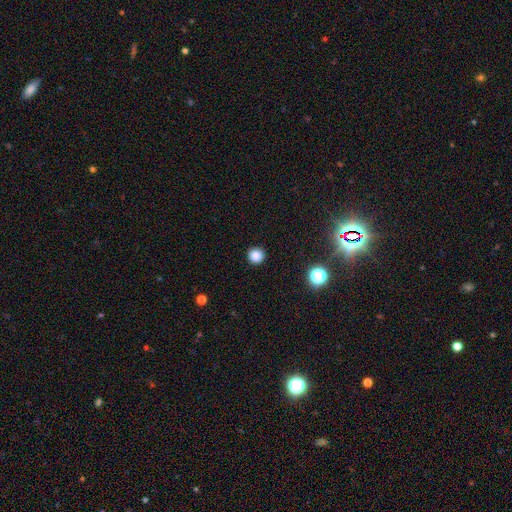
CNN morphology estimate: Smooth or featured: smooth — 84% (star or artifact — 13%)
How rounded: round — 94% (in between — 5%)
Merging: none — 92% (minor disturbance — 5%)